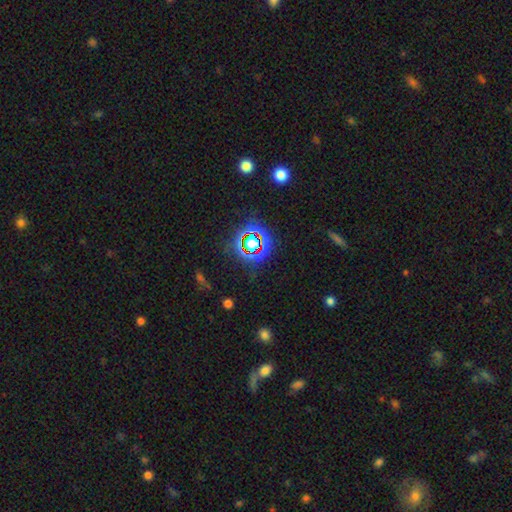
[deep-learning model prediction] Morphology: type=smooth (46%); merging=none (77%).